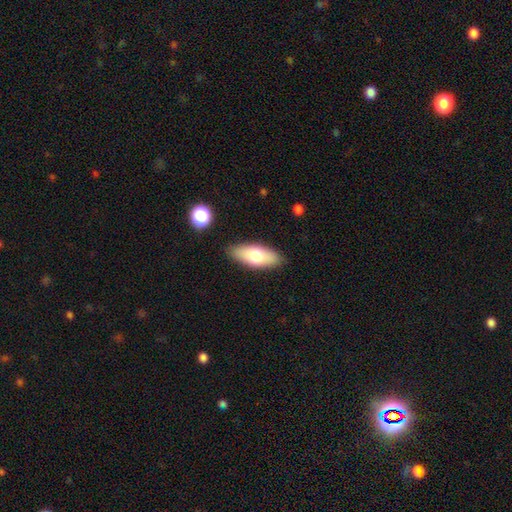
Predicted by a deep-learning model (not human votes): Q: Smooth or featured?
A: smooth (71%); runner-up: featured or disk (22%)
Q: How rounded?
A: in between (79%); runner-up: cigar-shaped (19%)
Q: Merging?
A: none (86%); runner-up: minor disturbance (10%)